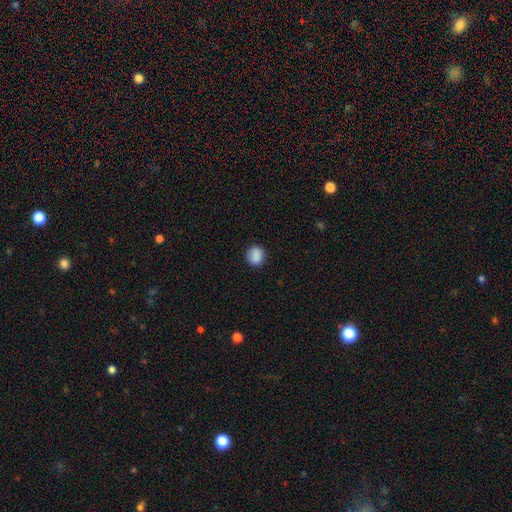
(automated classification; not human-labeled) Smooth or featured: smooth — 88% (star or artifact — 9%)
How rounded: round — 74% (in between — 25%)
Merging: none — 87% (minor disturbance — 10%)